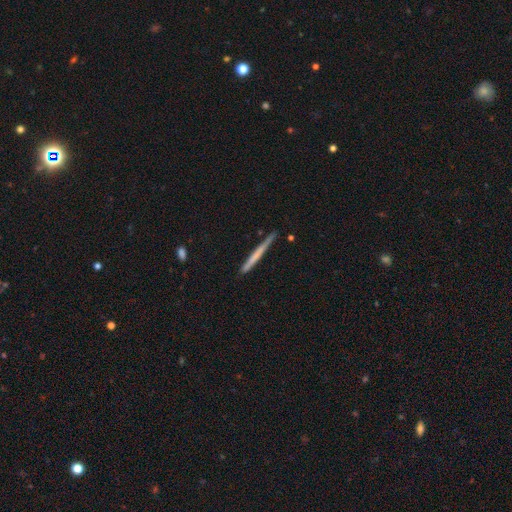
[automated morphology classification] This is possibly a smooth galaxy (55%). How rounded: clearly cigar-shaped (97%). Merging: clearly none (85%).